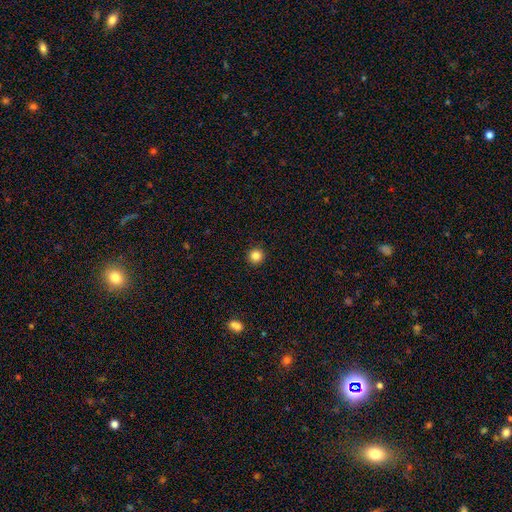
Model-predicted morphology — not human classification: Q: Smooth or featured?
A: smooth (85%); runner-up: star or artifact (11%)
Q: How rounded?
A: round (96%); runner-up: in between (3%)
Q: Merging?
A: none (94%); runner-up: minor disturbance (4%)